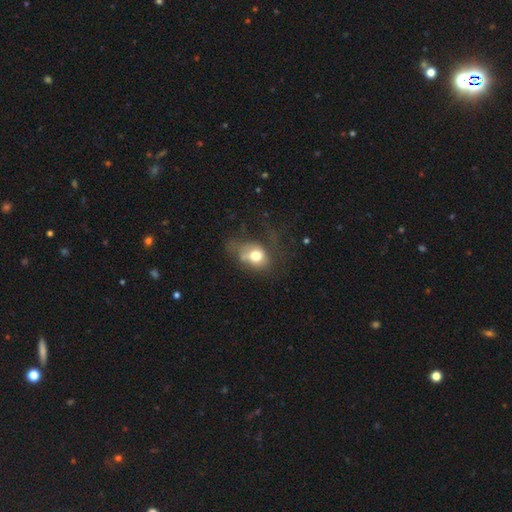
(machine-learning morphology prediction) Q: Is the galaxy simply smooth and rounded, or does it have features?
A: smooth — 68%.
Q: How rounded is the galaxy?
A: in between — 54%.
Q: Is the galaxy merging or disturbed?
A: major disturbance — 34%.